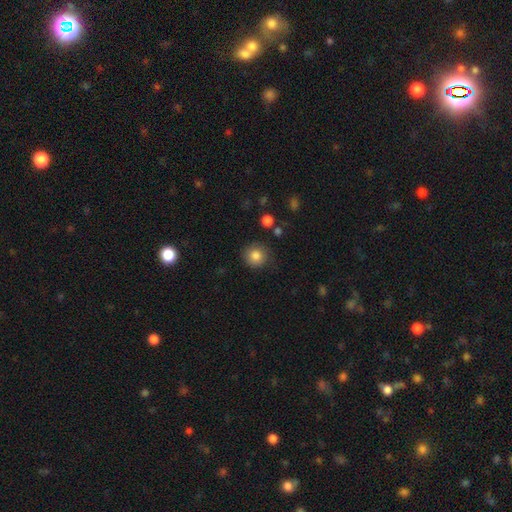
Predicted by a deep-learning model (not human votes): The model was most divided on "smooth or featured": smooth: 84%, star or artifact: 10%, featured or disk: 7%. More confident: how rounded — round (92%); merging — none (85%).